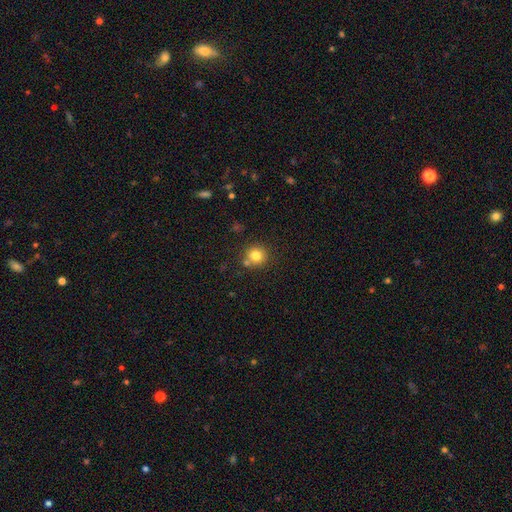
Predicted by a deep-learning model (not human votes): A smooth galaxy with no disk features (80%) that is round (92%). Merging: none (74%).